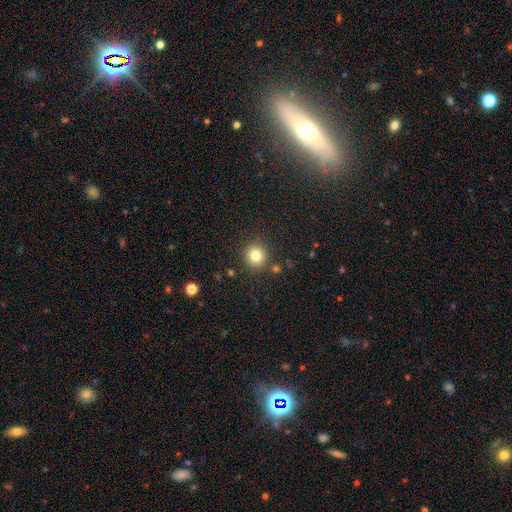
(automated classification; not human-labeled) Smooth or featured? smooth (81%)
How rounded? round (92%)
Merging? none (87%)